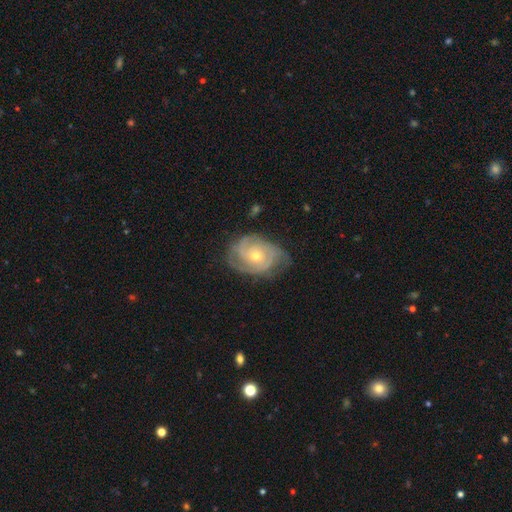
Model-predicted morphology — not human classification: This appears to be a featured or disk galaxy (84%) with no bar (79%), 3 (33%) tight (63%) spiral arms (94%) and a moderate central bulge (53%). Merging: none (65%).